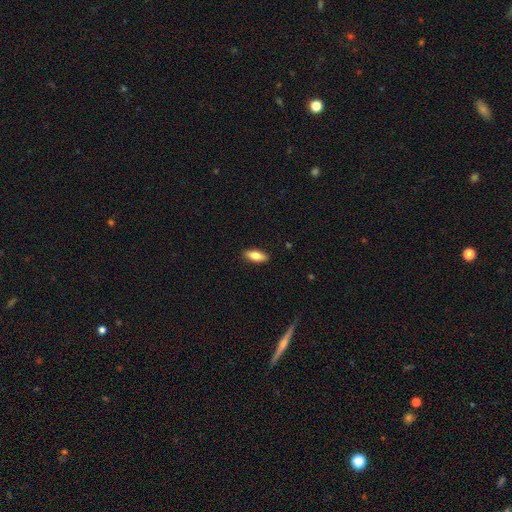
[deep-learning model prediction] Morphology: type=smooth (81%); roundness=in between (76%); merging=none (89%).